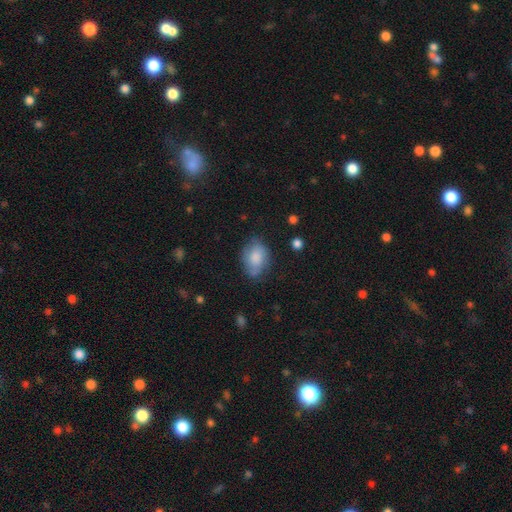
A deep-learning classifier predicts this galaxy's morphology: This is likely a smooth galaxy (72%). How rounded: likely in between (80%). Merging: likely none (65%).